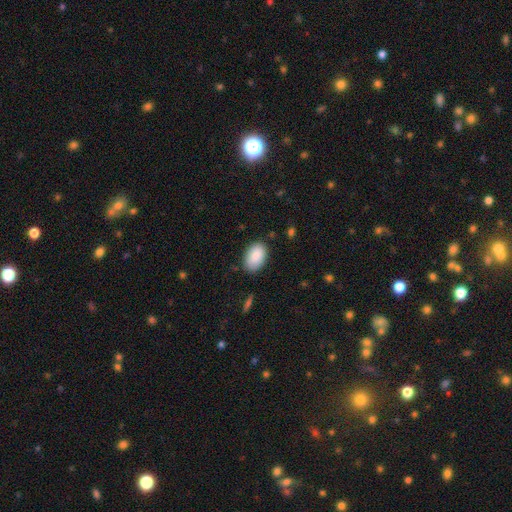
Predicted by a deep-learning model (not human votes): A smooth galaxy with no disk features (90%) that is in between round and cigar-shaped (92%). Merging: none (84%).